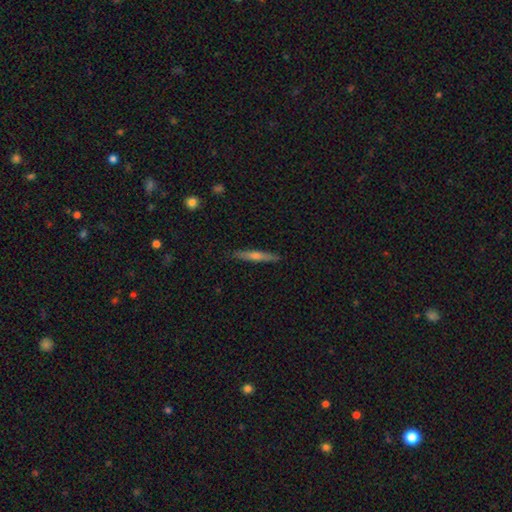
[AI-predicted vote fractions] Smooth or featured: featured or disk — 50% (smooth — 43%)
Edge-on disk: yes — 96% (no — 4%)
Merging: none — 90% (minor disturbance — 8%)